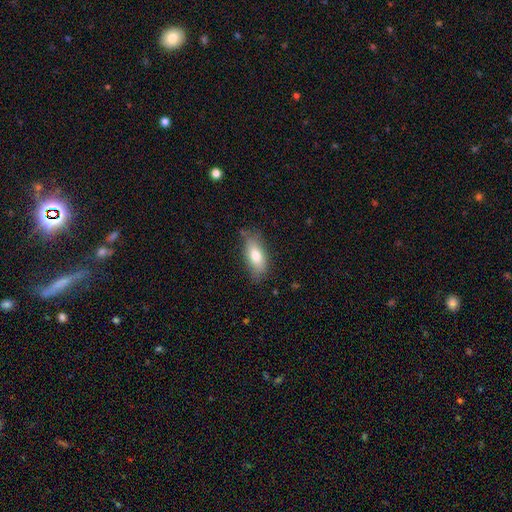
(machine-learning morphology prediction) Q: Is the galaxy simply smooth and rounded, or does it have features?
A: smooth — 75%.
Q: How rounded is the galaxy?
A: in between — 83%.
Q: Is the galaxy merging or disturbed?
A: none — 72%.